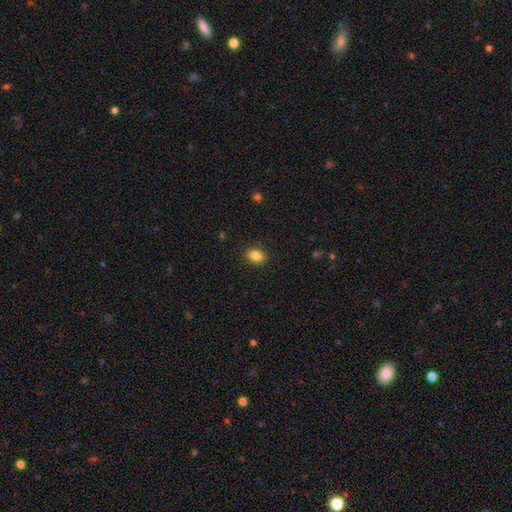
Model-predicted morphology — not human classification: Smooth or featured? Predicted: smooth (p=0.84). How rounded? Predicted: in between (p=0.79). Merging? Predicted: none (p=0.89).